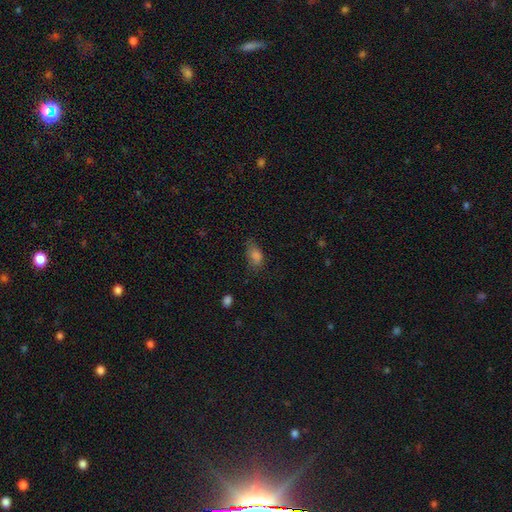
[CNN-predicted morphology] Smooth or featured? Predicted: smooth (p=0.78). How rounded? Predicted: in between (p=0.84). Merging? Predicted: none (p=0.52).